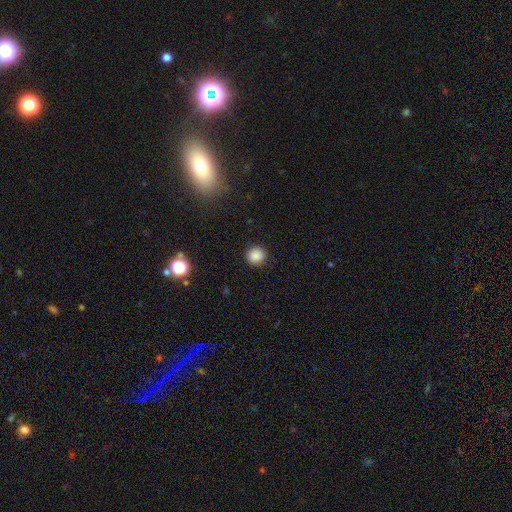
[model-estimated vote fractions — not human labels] The model was most divided on "smooth or featured": smooth: 85%, star or artifact: 11%, featured or disk: 3%. More confident: how rounded — round (89%); merging — none (88%).